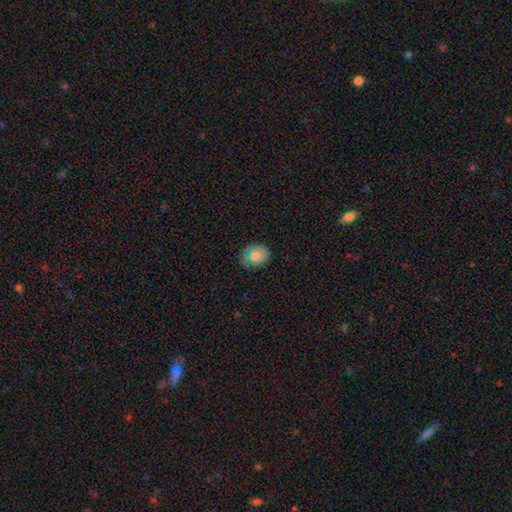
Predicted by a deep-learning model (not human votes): The model was most divided on "how rounded": in between: 52%, round: 47%, cigar-shaped: 1%. More confident: merging — none (71%); smooth or featured — smooth (70%).